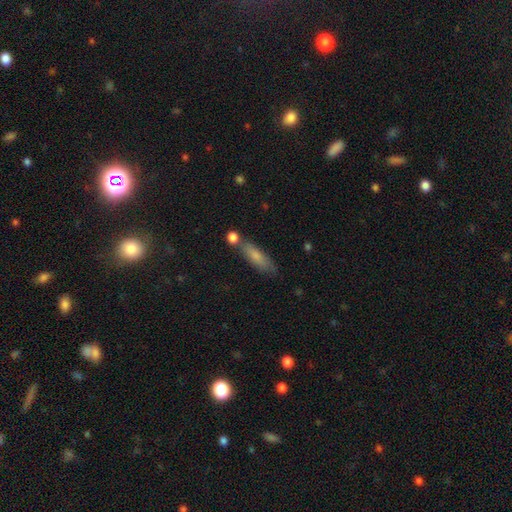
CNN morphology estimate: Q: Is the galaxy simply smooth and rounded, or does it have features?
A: smooth — 74%.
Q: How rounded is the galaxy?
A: cigar-shaped — 62%.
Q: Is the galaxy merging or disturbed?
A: none — 64%.